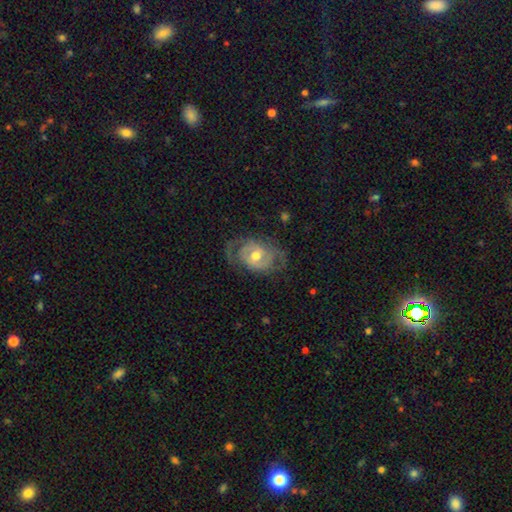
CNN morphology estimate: A featured or disk galaxy (77%) with no bar (55%), 2 (60%) tight (41%) spiral arms (81%) and a moderate central bulge (75%). Merging: none (60%).